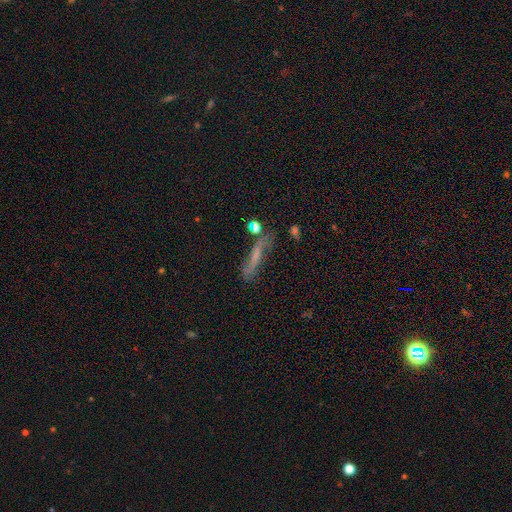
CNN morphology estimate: Smooth or featured? Predicted: featured or disk (p=0.45). Merging? Predicted: none (p=0.53).